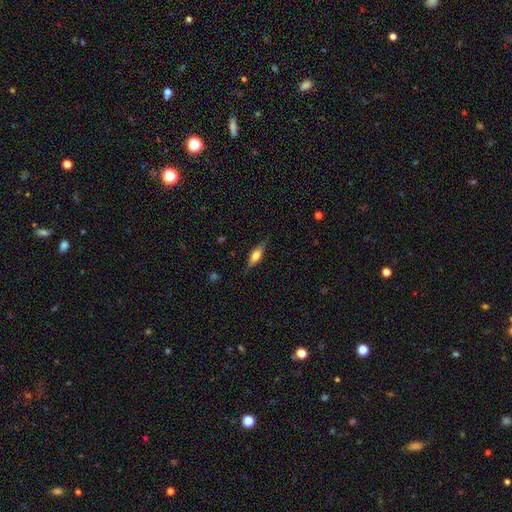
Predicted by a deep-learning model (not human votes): A smooth galaxy with no disk features (60%) that is in between round and cigar-shaped (54%). Merging: none (79%).